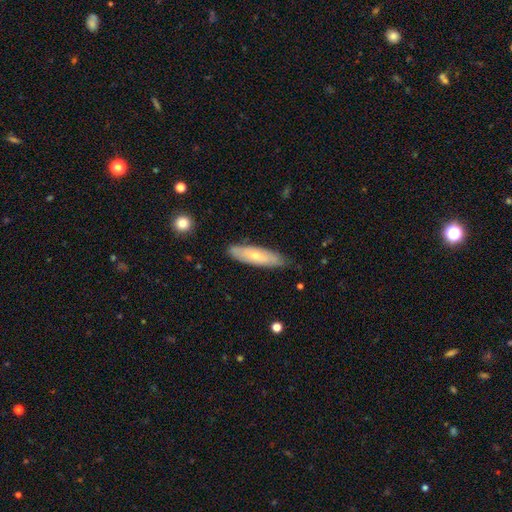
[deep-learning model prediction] A smooth galaxy with no disk features (54%) that is cigar-shaped (57%). Merging: none (78%).